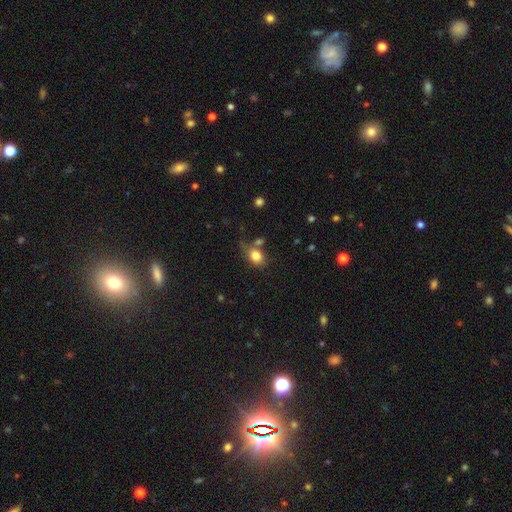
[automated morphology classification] Smooth or featured?
  - smooth: 81% *
  - star or artifact: 10%
  - featured or disk: 9%
How rounded?
  - in between: 63% *
  - round: 35%
  - cigar-shaped: 1%
Merging?
  - none: 58% *
  - minor disturbance: 20%
  - merger: 16%
  - major disturbance: 7%